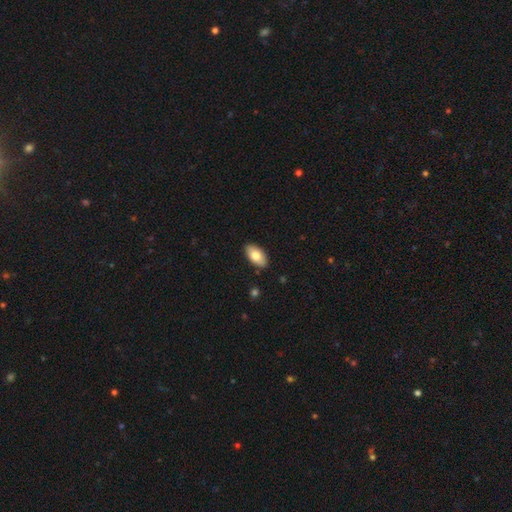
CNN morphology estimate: Smooth or featured? smooth (77%)
How rounded? in between (94%)
Merging? none (88%)